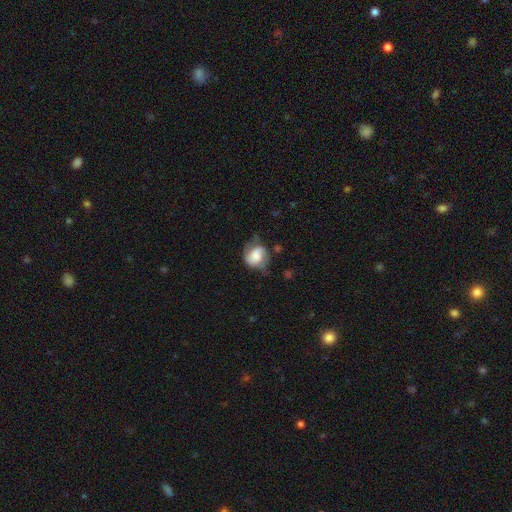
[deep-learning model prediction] Smooth or featured? Predicted: smooth (p=0.61). How rounded? Predicted: round (p=0.58). Merging? Predicted: none (p=0.41).